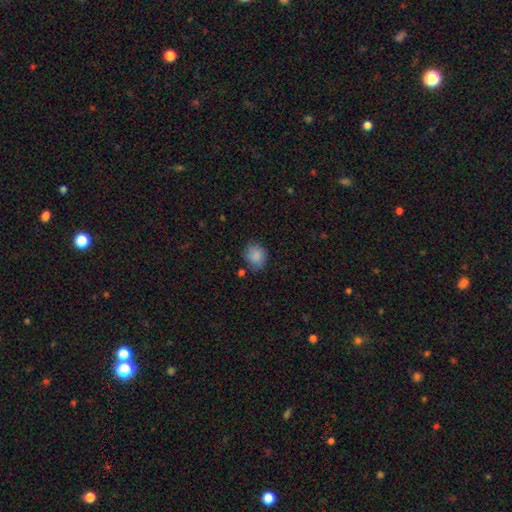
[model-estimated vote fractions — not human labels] Smooth or featured? Predicted: smooth (p=0.86). How rounded? Predicted: round (p=0.63). Merging? Predicted: none (p=0.73).